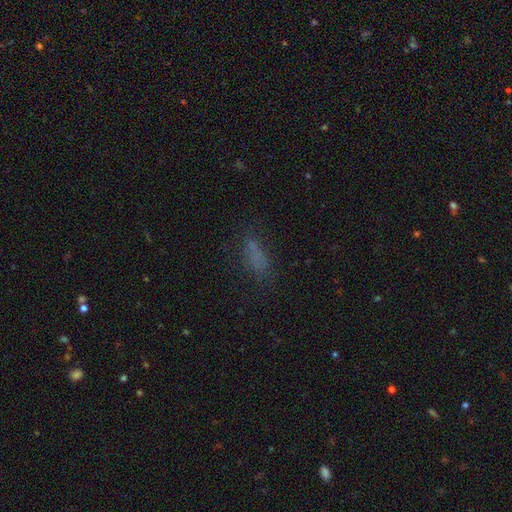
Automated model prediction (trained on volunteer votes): The model was most divided on "how rounded": in between: 62%, cigar-shaped: 33%, round: 4%. More confident: smooth or featured — smooth (66%); merging — none (64%).